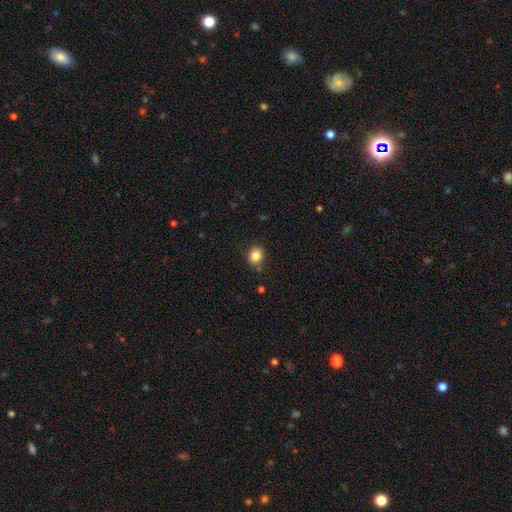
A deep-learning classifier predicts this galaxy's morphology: smooth 85%, star or artifact 10%, featured or disk 5%. Down the decision tree: how rounded — round (65%); merging — none (81%).